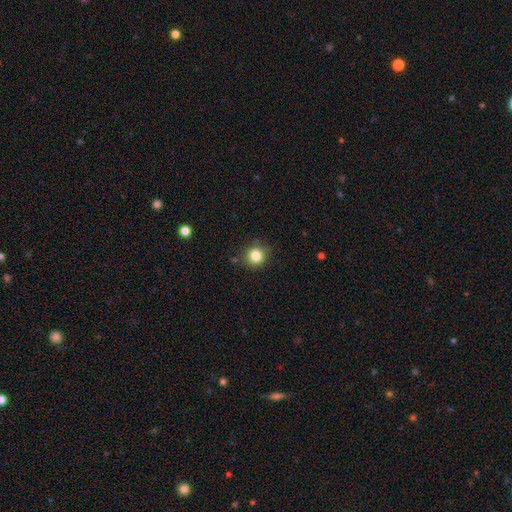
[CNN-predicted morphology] smooth 84%, star or artifact 11%, featured or disk 5%. Down the decision tree: how rounded — round (90%); merging — none (84%).